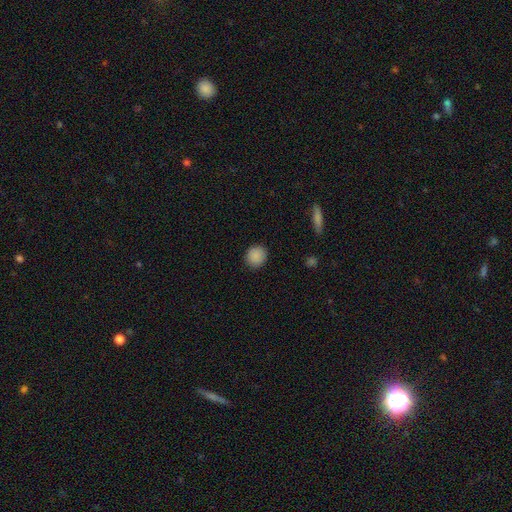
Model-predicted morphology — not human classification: type=smooth (88%); roundness=round (88%); merging=none (90%).